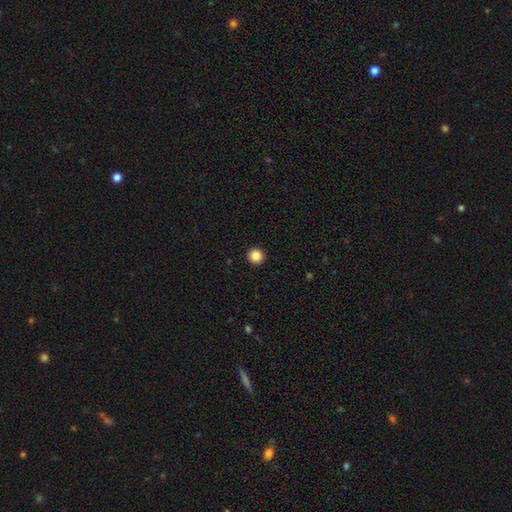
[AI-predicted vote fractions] Smooth or featured: smooth — 86% (star or artifact — 10%)
How rounded: round — 95% (in between — 4%)
Merging: none — 94% (minor disturbance — 4%)